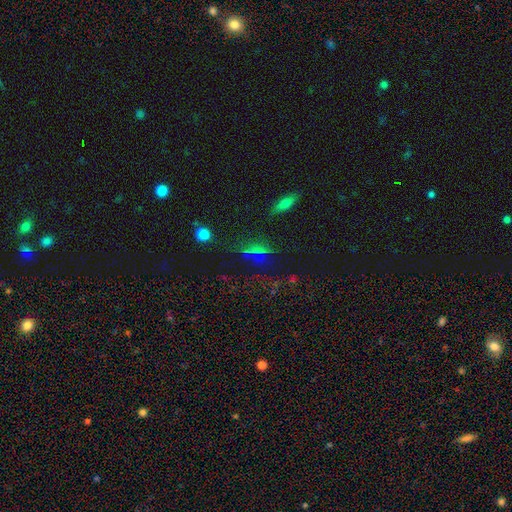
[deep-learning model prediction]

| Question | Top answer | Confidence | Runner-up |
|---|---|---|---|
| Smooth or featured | star or artifact | 48% | smooth (33%) |